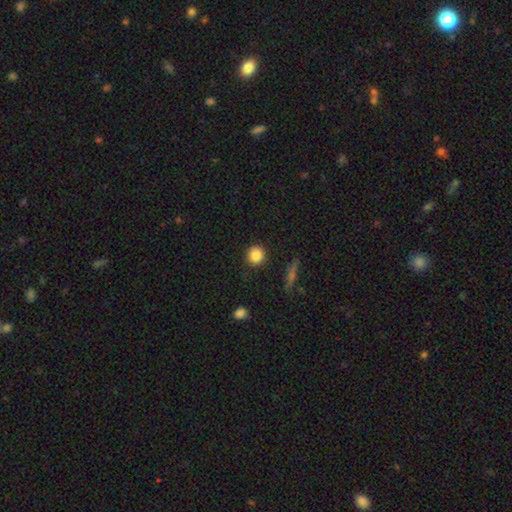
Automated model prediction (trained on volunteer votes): A smooth galaxy with no disk features (85%) that is round (91%). Merging: none (88%).